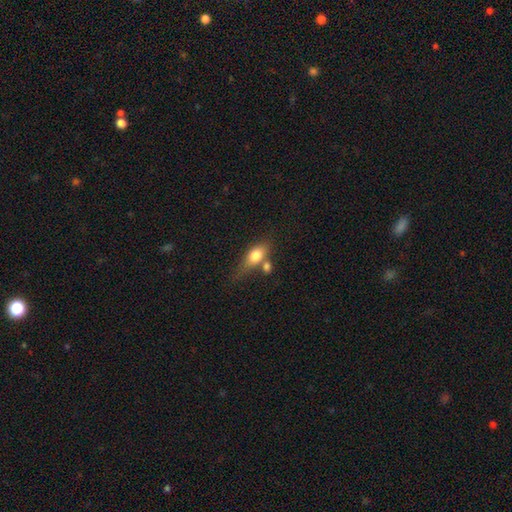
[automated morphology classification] The model was most divided on "merging": none: 43%, merger: 30%, minor disturbance: 18%, major disturbance: 9%. More confident: how rounded — in between (74%); smooth or featured — smooth (73%).